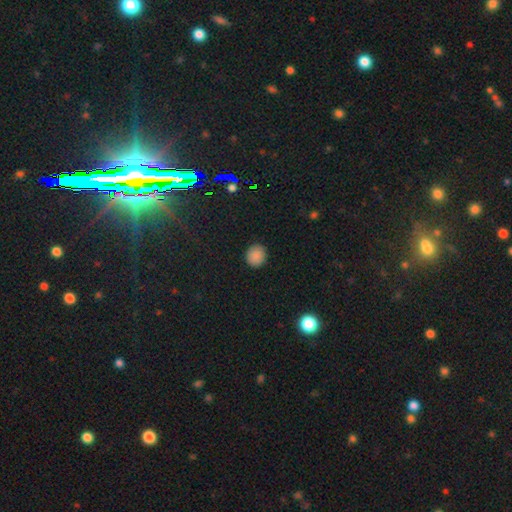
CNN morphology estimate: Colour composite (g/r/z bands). It shows a smooth galaxy with no disk features (87%) that is round (86%). Merging: none (90%).